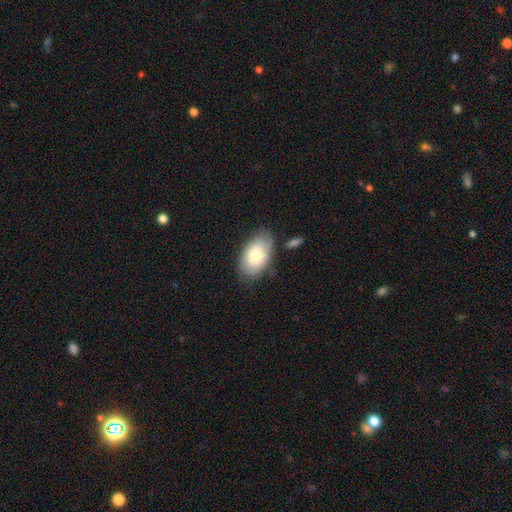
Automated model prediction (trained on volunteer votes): smooth 70%, featured or disk 23%, star or artifact 6%. Down the decision tree: how rounded — in between (93%); merging — none (67%).